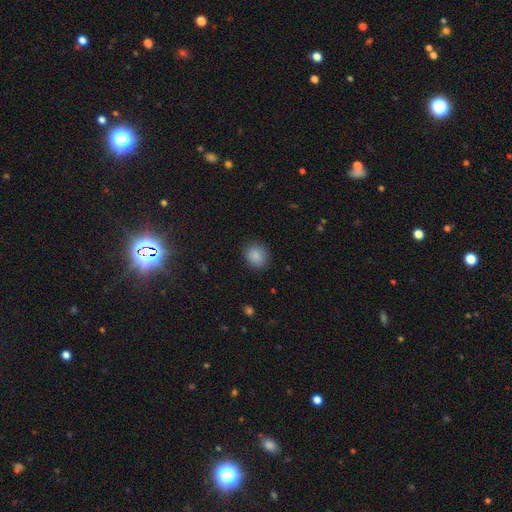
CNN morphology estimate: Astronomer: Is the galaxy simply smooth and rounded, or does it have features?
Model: smooth — 87%.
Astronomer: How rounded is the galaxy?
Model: round — 70%.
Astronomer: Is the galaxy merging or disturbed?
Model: none — 88%.